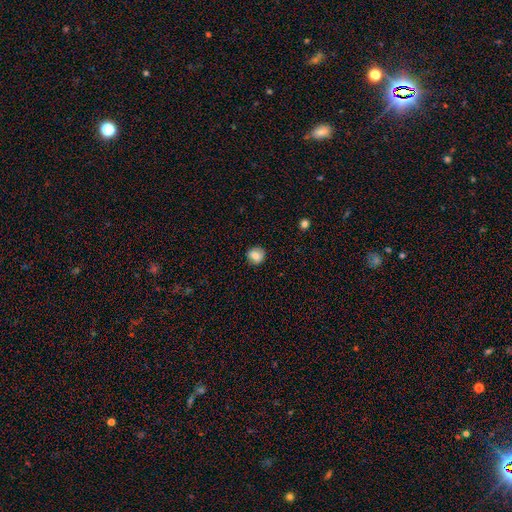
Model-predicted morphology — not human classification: Q: Smooth or featured?
A: smooth (80%); runner-up: featured or disk (11%)
Q: How rounded?
A: round (86%); runner-up: in between (13%)
Q: Merging?
A: none (85%); runner-up: minor disturbance (12%)